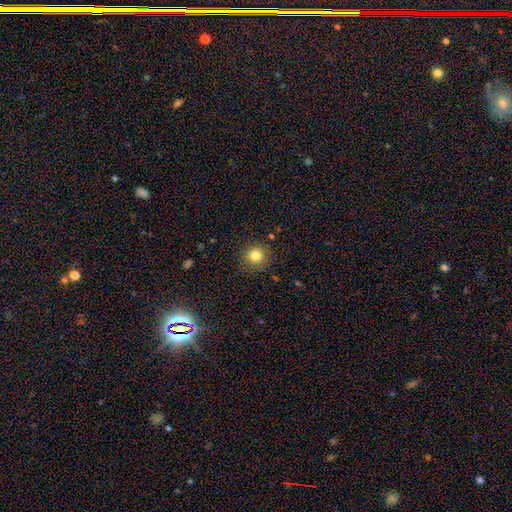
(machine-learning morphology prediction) smooth_or_featured: smooth (p=0.83) [alt: star or artifact p=0.12]
how_rounded: round (p=0.91) [alt: in between p=0.08]
merging: none (p=0.87) [alt: minor disturbance p=0.09]